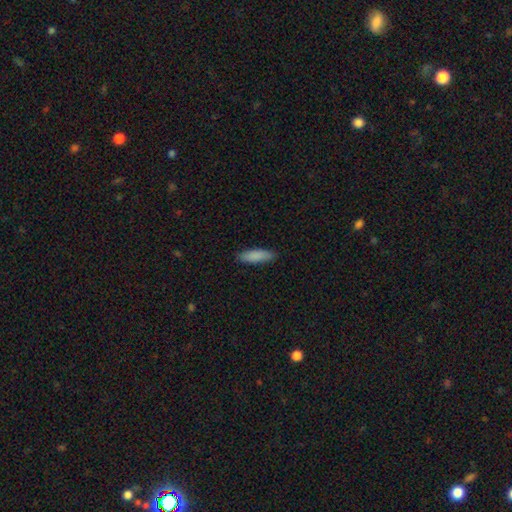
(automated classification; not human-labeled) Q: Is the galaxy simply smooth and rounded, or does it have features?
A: smooth — 87%.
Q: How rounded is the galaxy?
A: cigar-shaped — 58%.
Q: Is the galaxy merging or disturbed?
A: none — 87%.